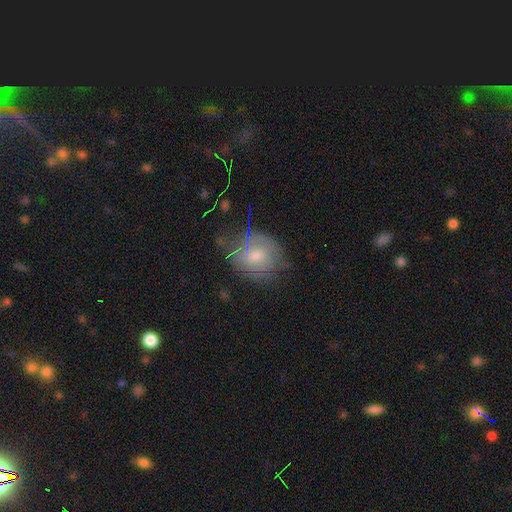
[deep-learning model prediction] The model was most divided on "smooth or featured": smooth: 45%, featured or disk: 43%, star or artifact: 11%. More confident: merging — none (57%).